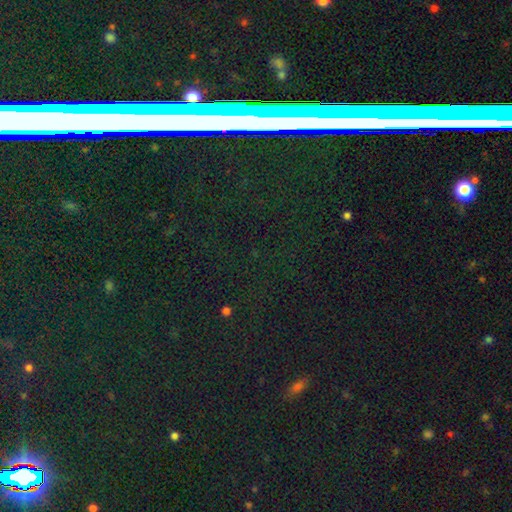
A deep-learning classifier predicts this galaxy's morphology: type=star or artifact (71%).